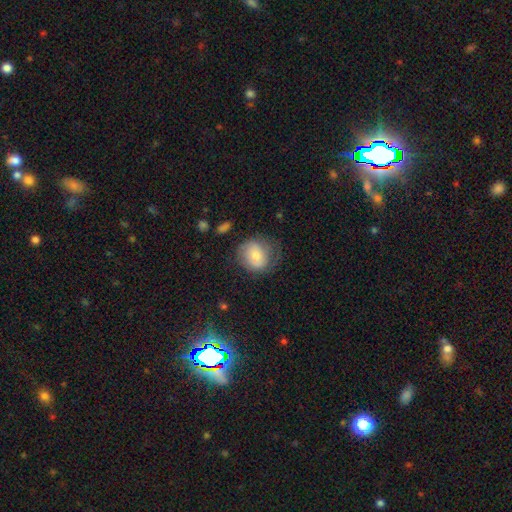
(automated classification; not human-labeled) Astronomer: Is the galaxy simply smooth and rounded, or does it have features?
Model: smooth — 64%.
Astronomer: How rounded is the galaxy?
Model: round — 76%.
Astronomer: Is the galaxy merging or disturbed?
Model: none — 57%.